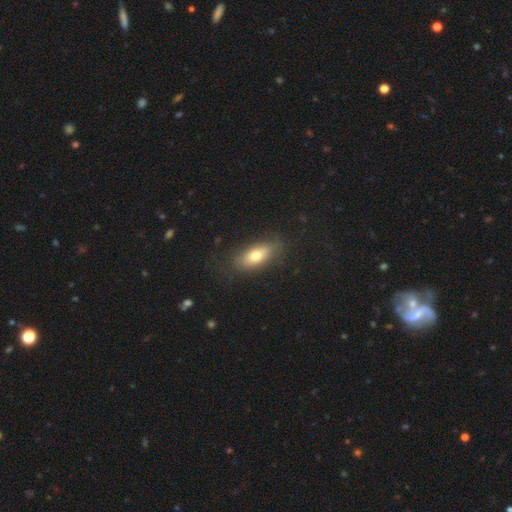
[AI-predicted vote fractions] This appears to be a smooth galaxy with no disk features (70%) that is in between round and cigar-shaped (80%). Merging: none (77%).